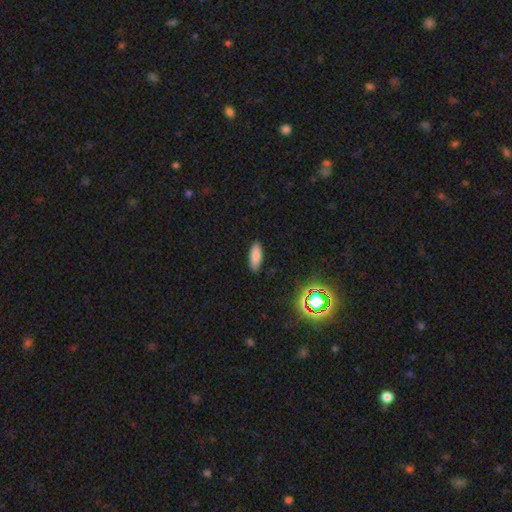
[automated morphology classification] Q: Smooth or featured?
A: smooth (82%); runner-up: star or artifact (10%)
Q: How rounded?
A: in between (67%); runner-up: cigar-shaped (31%)
Q: Merging?
A: none (88%); runner-up: minor disturbance (9%)